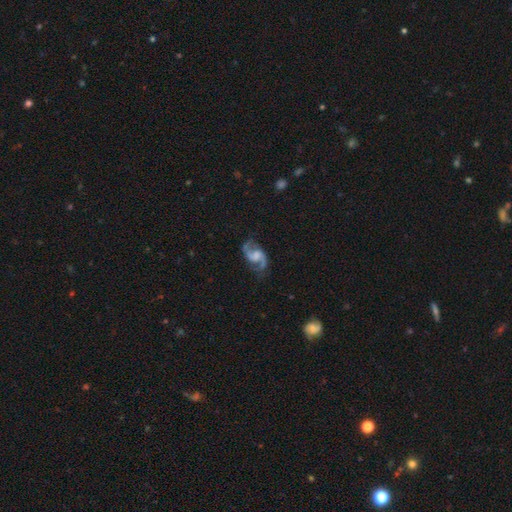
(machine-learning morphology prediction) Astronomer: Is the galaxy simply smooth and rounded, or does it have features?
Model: featured or disk — 90%.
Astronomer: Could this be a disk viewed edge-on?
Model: no — 98%.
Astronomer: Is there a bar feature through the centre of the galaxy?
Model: weak — 48% (runner-up: no, 39%).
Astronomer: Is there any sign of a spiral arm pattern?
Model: yes — 97%.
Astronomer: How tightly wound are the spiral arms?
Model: medium — 46%, tied with loose at 46%.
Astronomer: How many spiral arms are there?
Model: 2 — 94%.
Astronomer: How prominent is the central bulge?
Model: none — 33% (runner-up: moderate, 29%).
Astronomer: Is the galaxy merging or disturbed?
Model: none — 76%.